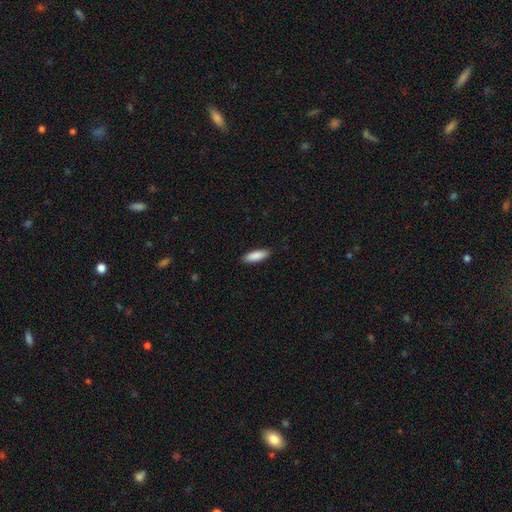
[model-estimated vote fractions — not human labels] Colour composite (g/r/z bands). It shows a smooth galaxy with no disk features (89%) that is in between round and cigar-shaped (54%). Merging: none (89%).